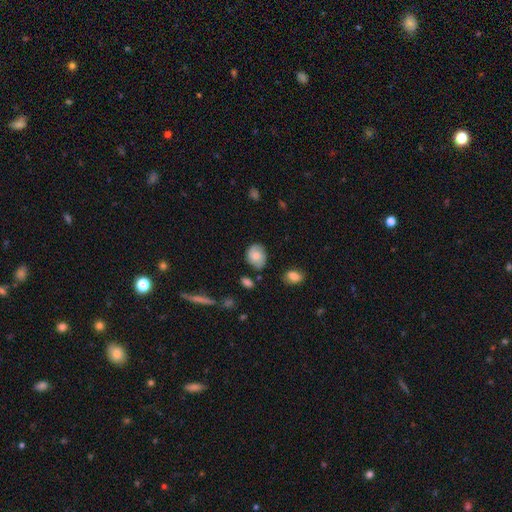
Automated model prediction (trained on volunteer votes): This appears to be a smooth galaxy with no disk features (75%) that is in between round and cigar-shaped (58%). Merging: none (72%).